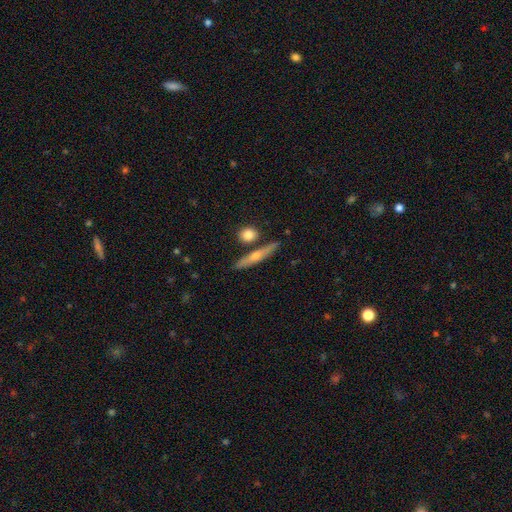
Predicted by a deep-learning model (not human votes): smooth-or-featured: featured or disk: 51% | smooth: 43% | star or artifact: 7%
  disk-edge-on: yes: 92% | no: 8%
  merging: none: 79% | minor disturbance: 9% | merger: 9% | major disturbance: 2%